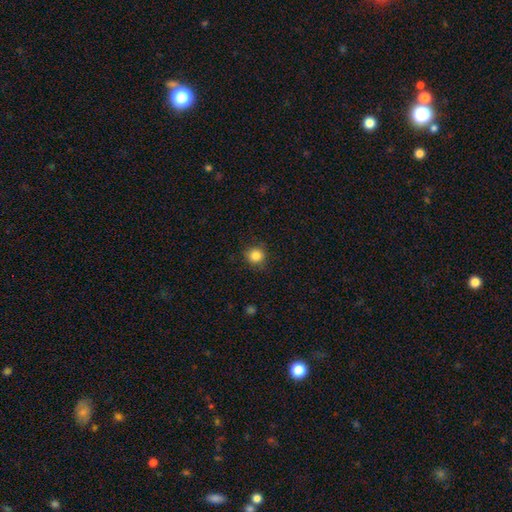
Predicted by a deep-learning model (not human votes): This is clearly a smooth galaxy (84%). How rounded: clearly round (91%). Merging: clearly none (86%).